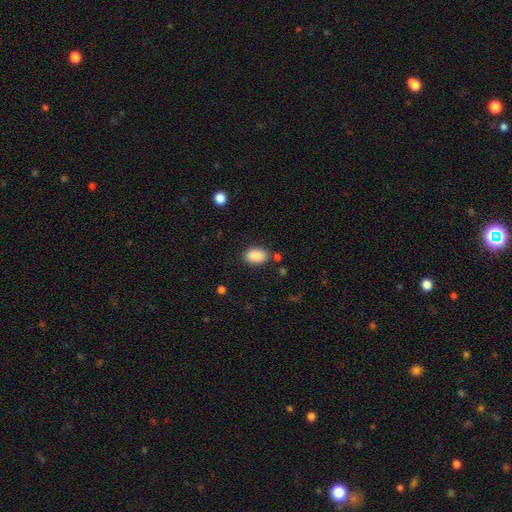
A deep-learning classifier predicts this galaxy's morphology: The model was most divided on "merging": none: 81%, minor disturbance: 12%, merger: 3%, major disturbance: 3%. More confident: smooth or featured — smooth (89%); how rounded — in between (88%).